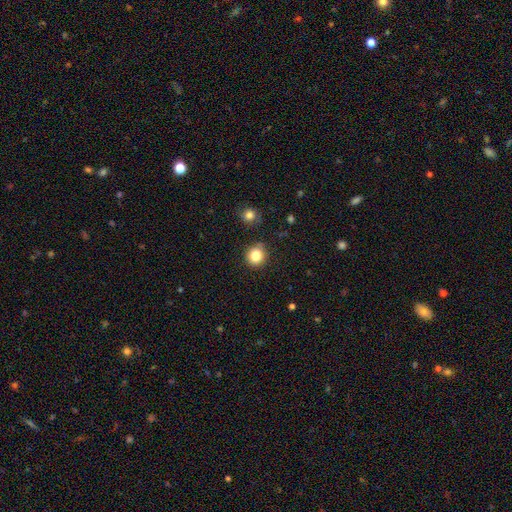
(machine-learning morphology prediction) type=smooth (83%); roundness=round (90%); merging=none (87%).